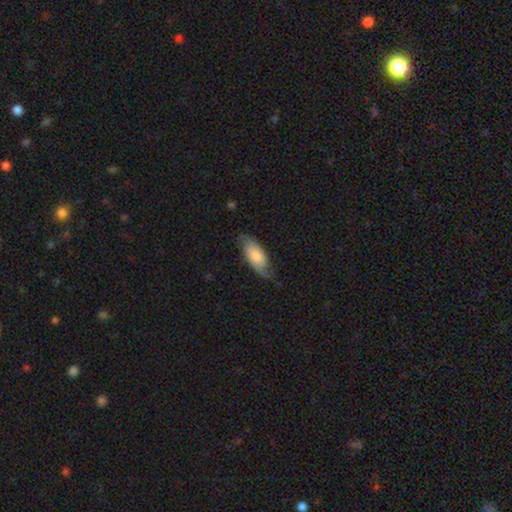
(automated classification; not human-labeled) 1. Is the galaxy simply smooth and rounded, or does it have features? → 52% smooth, 42% featured or disk, 6% star or artifact.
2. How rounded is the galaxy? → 84% in between, 13% cigar-shaped, 3% round.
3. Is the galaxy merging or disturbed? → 65% none, 25% minor disturbance, 8% major disturbance, 1% merger.